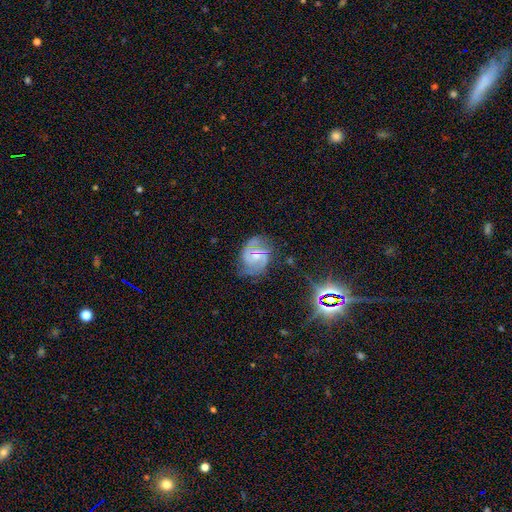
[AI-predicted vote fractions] This appears to be a featured or disk galaxy (79%) with a weak bar (49%), 2 (75%) medium (49%) spiral arms (95%) and a small central bulge (56%). Merging: none (66%).